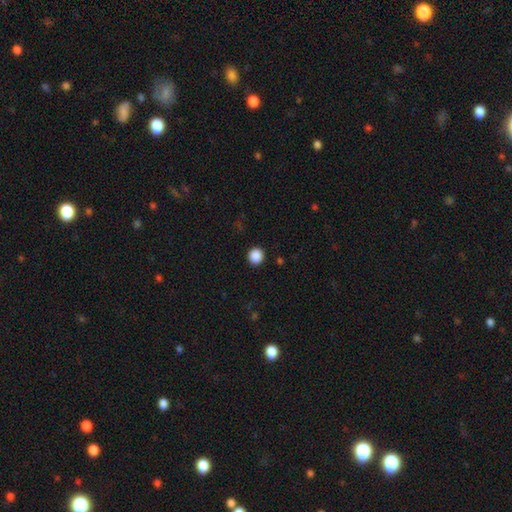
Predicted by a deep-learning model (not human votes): This appears to be a smooth galaxy with no disk features (89%) that is round (92%). Merging: none (92%).